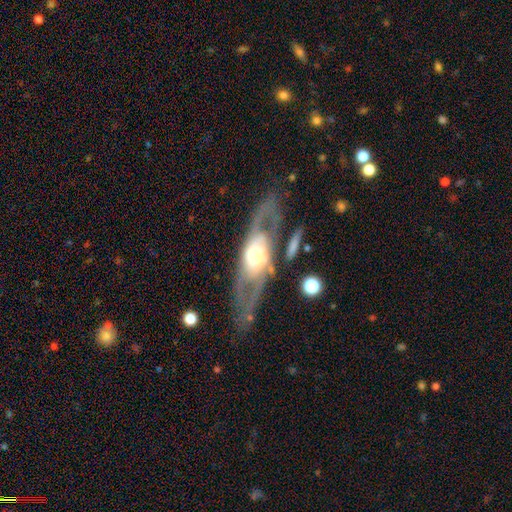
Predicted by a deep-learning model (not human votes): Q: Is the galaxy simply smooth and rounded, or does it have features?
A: featured or disk — 72%.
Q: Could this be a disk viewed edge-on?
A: no — 72%.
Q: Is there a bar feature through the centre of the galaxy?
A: no — 71%.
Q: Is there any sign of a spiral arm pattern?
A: yes — 55%.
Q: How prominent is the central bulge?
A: large — 40%.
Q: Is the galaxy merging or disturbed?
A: none — 61%.